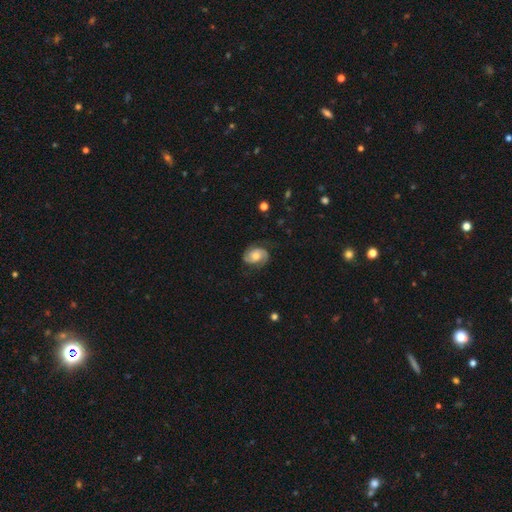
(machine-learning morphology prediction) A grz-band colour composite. It shows a featured or disk galaxy (78%) with no bar (67%), 2 (88%) medium (43%, tied with tight) spiral arms (96%) and a moderate central bulge (58%). Merging: none (77%).